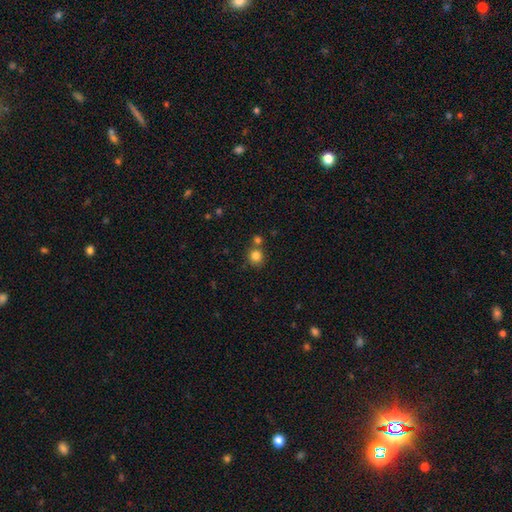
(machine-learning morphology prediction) This is clearly a smooth galaxy (82%). How rounded: clearly round (88%). Merging: likely none (66%).